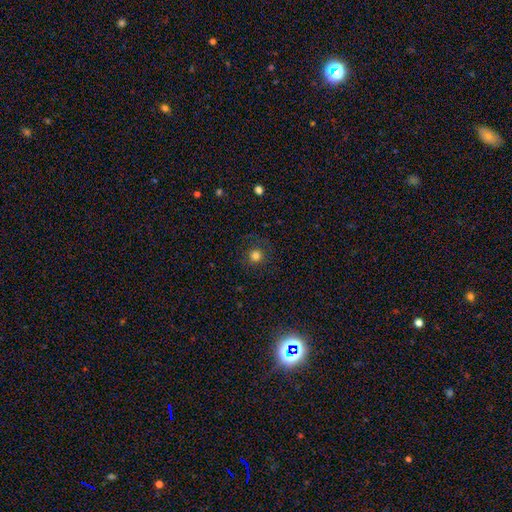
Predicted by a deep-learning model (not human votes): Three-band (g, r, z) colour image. It shows a smooth galaxy with no disk features (79%) that is round (94%). Merging: none (85%).